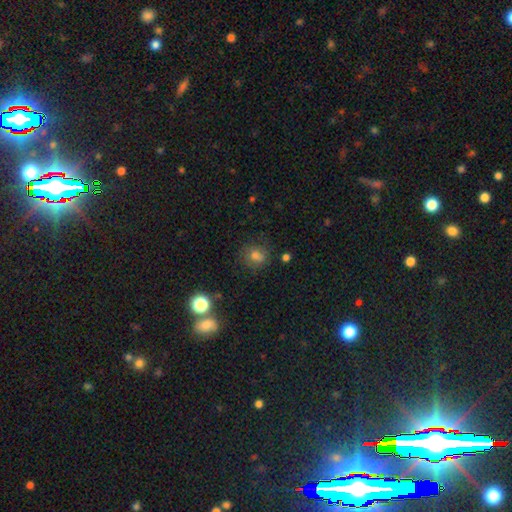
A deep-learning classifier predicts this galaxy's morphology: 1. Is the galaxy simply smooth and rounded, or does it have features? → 66% smooth, 21% star or artifact, 13% featured or disk.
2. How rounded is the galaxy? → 75% round, 24% in between, 1% cigar-shaped.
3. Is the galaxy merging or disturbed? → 71% none, 15% minor disturbance, 7% merger, 6% major disturbance.